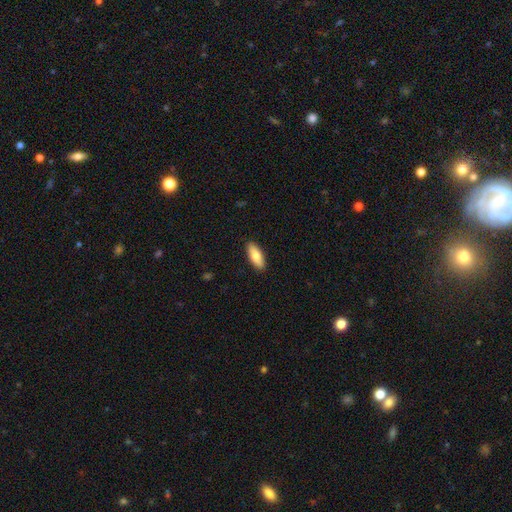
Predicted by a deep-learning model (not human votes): Smooth or featured: smooth — 79% (featured or disk — 16%)
How rounded: in between — 73% (cigar-shaped — 24%)
Merging: none — 90% (minor disturbance — 7%)